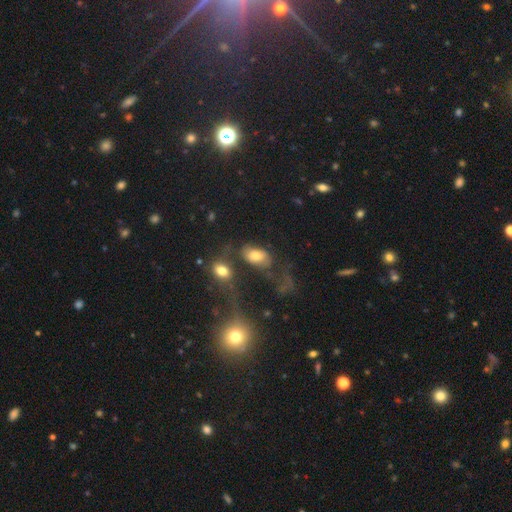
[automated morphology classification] This appears to be a smooth galaxy with no disk features (68%) that is in between round and cigar-shaped (89%). Merging: none (42%).